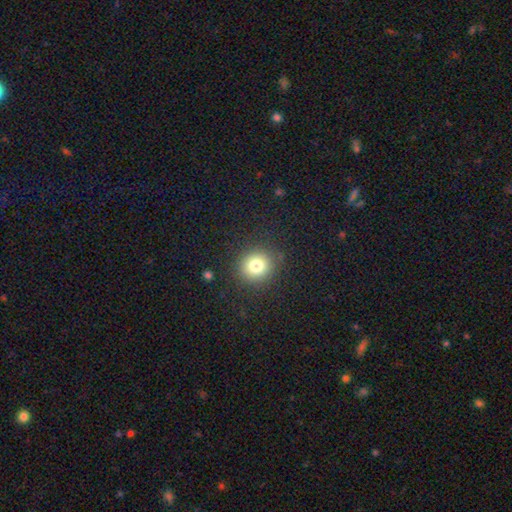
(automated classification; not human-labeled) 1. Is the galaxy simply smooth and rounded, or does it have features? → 76% smooth, 18% star or artifact, 5% featured or disk.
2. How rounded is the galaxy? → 89% round, 9% in between, 1% cigar-shaped.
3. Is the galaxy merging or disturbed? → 93% none, 4% minor disturbance, 2% major disturbance, 1% merger.